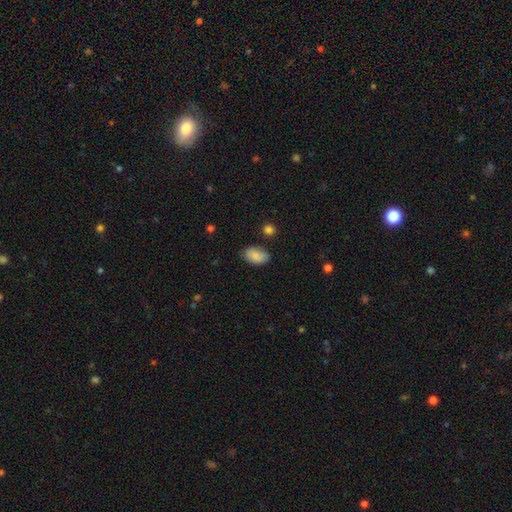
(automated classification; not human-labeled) Morphology: type=smooth (85%); roundness=in between (92%); merging=none (76%).